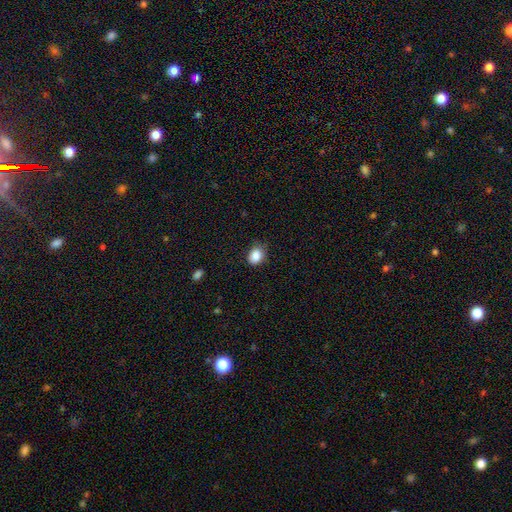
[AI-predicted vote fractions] This appears to be a smooth galaxy with no disk features (87%) that is in between round and cigar-shaped (57%). Merging: none (74%).